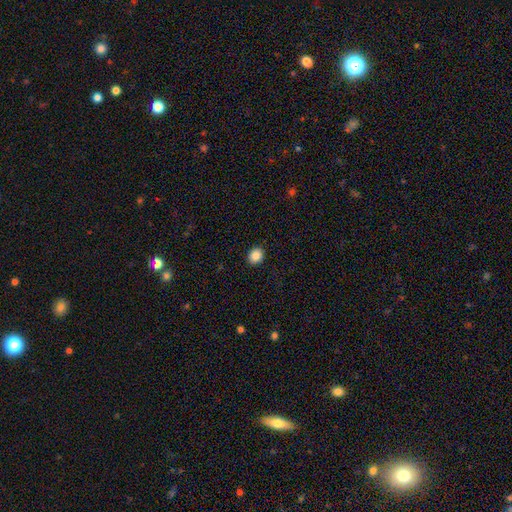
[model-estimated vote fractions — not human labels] Q: Smooth or featured?
A: smooth (87%); runner-up: star or artifact (9%)
Q: How rounded?
A: round (69%); runner-up: in between (30%)
Q: Merging?
A: none (91%); runner-up: minor disturbance (6%)